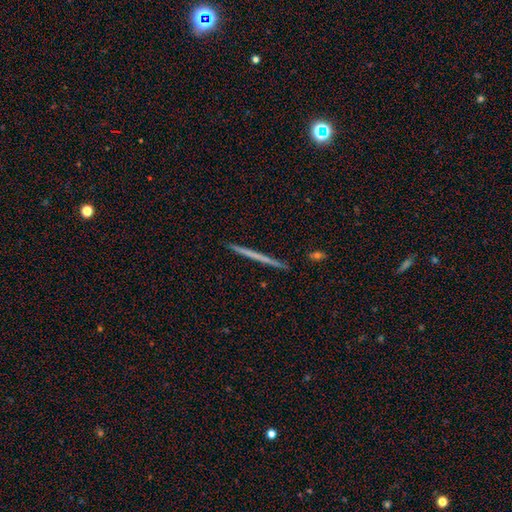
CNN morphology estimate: Smooth or featured?
  - featured or disk: 50% *
  - smooth: 43%
  - star or artifact: 7%
Edge-on disk?
  - yes: 98% *
  - no: 2%
Merging?
  - none: 92% *
  - minor disturbance: 6%
  - merger: 1%
  - major disturbance: 1%